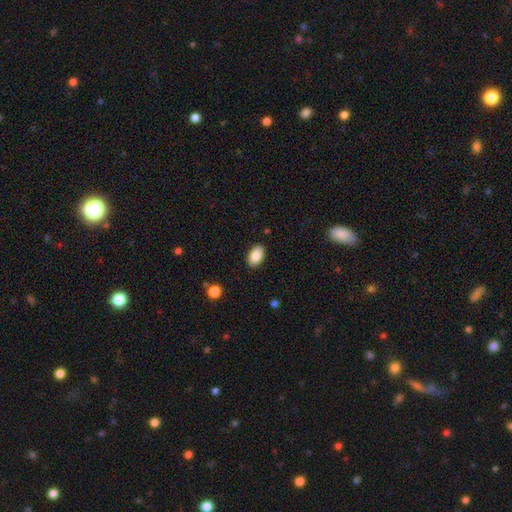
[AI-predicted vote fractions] smooth-or-featured: smooth: 87% | star or artifact: 7% | featured or disk: 6%
  how-rounded: in between: 93% | round: 6% | cigar-shaped: 1%
  merging: none: 88% | minor disturbance: 8% | major disturbance: 2% | merger: 1%